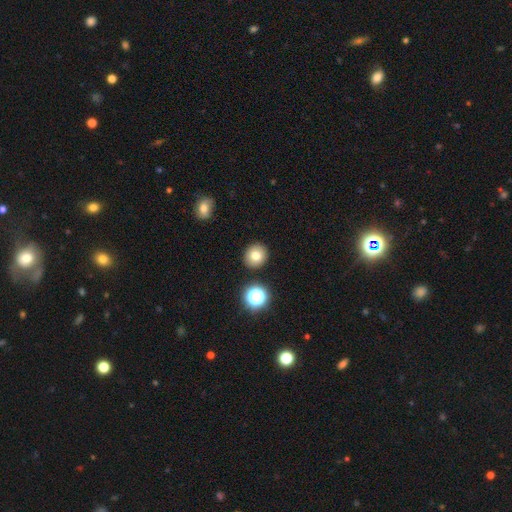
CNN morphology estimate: This appears to be a smooth galaxy with no disk features (78%) that is round (86%). Merging: none (90%).